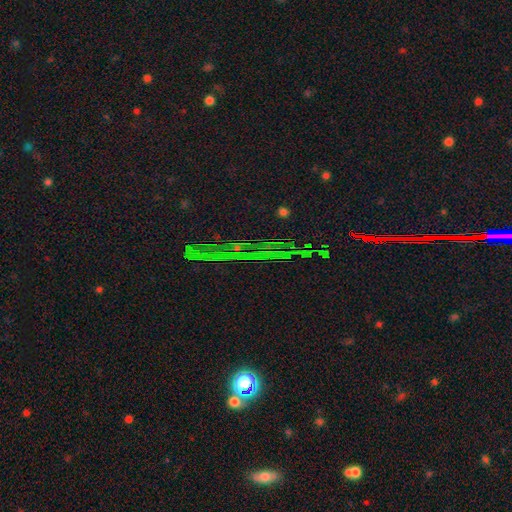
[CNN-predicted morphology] Q: Smooth or featured?
A: star or artifact (78%); runner-up: featured or disk (11%)